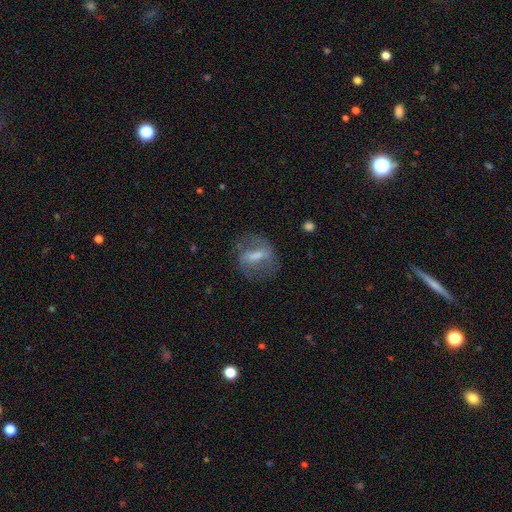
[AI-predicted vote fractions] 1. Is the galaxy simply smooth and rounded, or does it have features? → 60% featured or disk, 30% smooth, 10% star or artifact.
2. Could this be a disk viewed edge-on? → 89% no, 11% yes.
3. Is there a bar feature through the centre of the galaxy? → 49% strong, 37% weak, 14% no.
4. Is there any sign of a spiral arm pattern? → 58% yes, 42% no.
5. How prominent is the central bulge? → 38% moderate, 32% small, 19% none, 9% large, 2% dominant.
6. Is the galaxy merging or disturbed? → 68% none, 17% minor disturbance, 13% major disturbance, 2% merger.